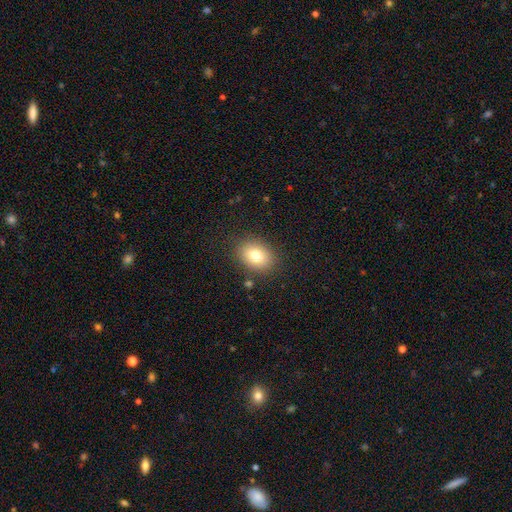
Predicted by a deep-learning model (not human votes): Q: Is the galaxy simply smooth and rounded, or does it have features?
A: smooth — 79%.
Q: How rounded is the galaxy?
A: in between — 59%.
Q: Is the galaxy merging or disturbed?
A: none — 86%.